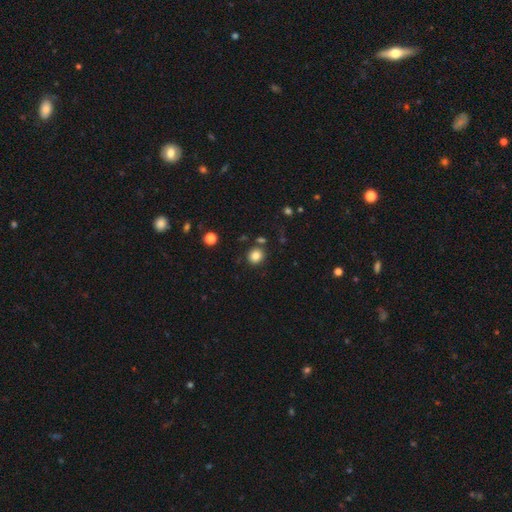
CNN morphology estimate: Smooth or featured? smooth (83%)
How rounded? round (85%)
Merging? none (84%)